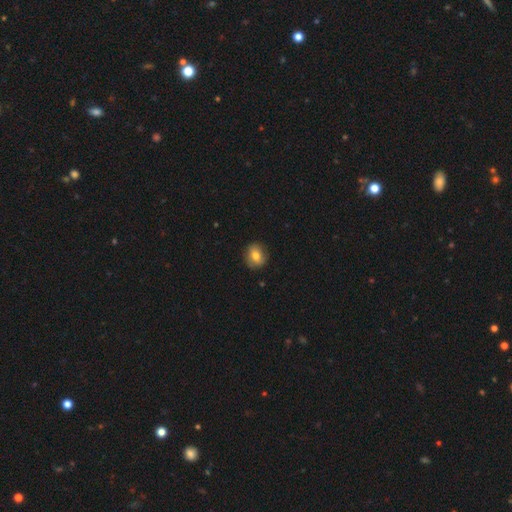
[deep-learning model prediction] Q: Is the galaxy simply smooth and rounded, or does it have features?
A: smooth — 67%.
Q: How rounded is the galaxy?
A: round — 71%.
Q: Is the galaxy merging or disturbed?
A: none — 83%.